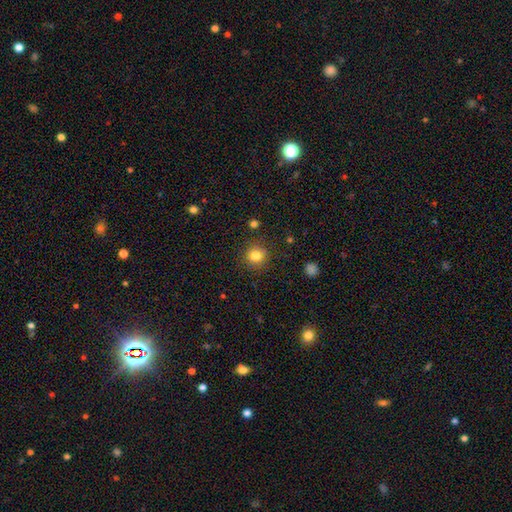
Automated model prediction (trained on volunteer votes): Morphology: type=smooth (82%); roundness=round (90%); merging=none (88%).